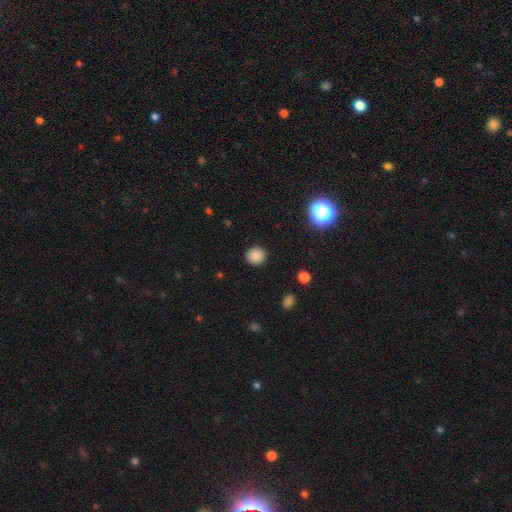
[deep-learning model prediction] Smooth or featured? Predicted: smooth (p=0.85). How rounded? Predicted: round (p=0.92). Merging? Predicted: none (p=0.91).